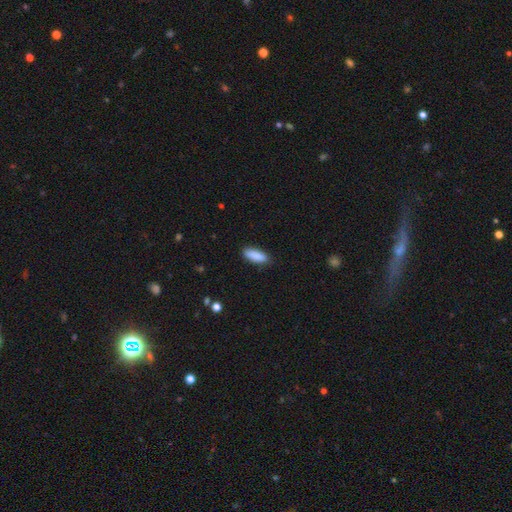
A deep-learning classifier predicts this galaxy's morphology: Smooth or featured? Predicted: smooth (p=0.89). How rounded? Predicted: in between (p=0.64). Merging? Predicted: none (p=0.86).